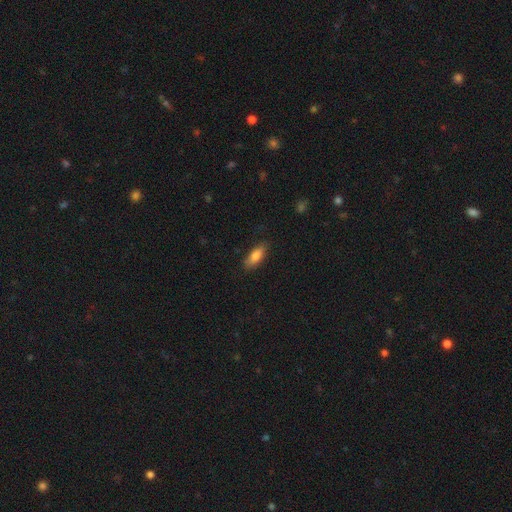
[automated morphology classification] smooth_or_featured: smooth (p=0.81) [alt: featured or disk p=0.12]
how_rounded: in between (p=0.69) [alt: cigar-shaped p=0.28]
merging: none (p=0.81) [alt: minor disturbance p=0.15]